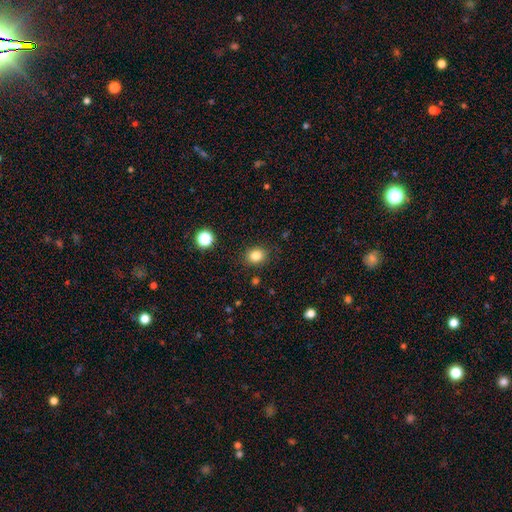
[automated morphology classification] Q: Smooth or featured?
A: smooth (82%); runner-up: star or artifact (12%)
Q: How rounded?
A: round (64%); runner-up: in between (35%)
Q: Merging?
A: none (86%); runner-up: minor disturbance (9%)